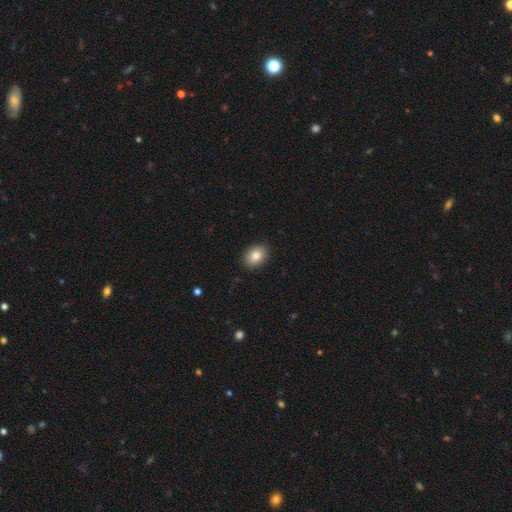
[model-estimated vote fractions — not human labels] Smooth or featured?
  - smooth: 83% *
  - star or artifact: 9%
  - featured or disk: 8%
How rounded?
  - in between: 65% *
  - round: 34%
  - cigar-shaped: 1%
Merging?
  - none: 89% *
  - minor disturbance: 8%
  - major disturbance: 2%
  - merger: 1%